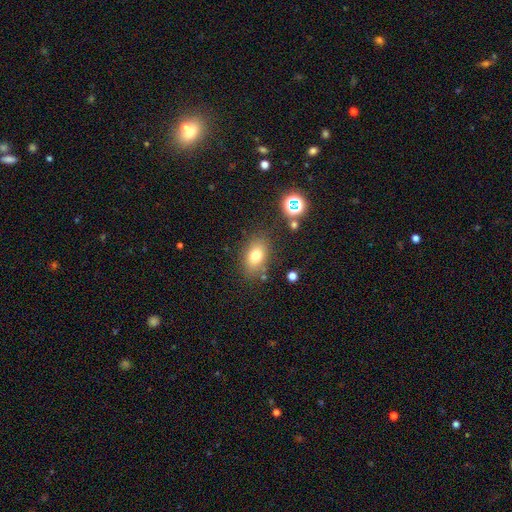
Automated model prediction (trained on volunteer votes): Smooth or featured? smooth (75%)
How rounded? in between (80%)
Merging? none (79%)